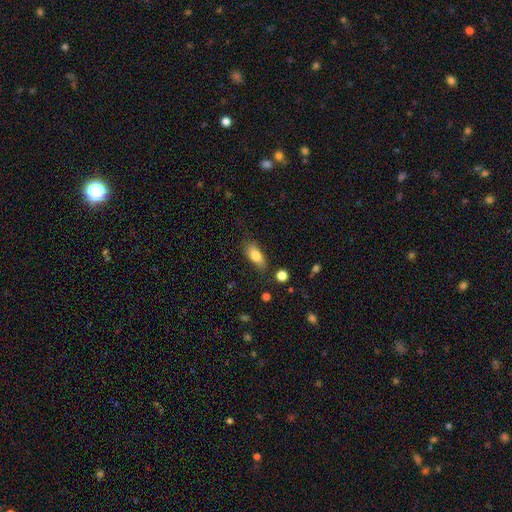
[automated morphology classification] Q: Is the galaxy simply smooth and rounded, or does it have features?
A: smooth — 79%.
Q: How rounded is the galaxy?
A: in between — 80%.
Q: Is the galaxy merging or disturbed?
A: none — 75%.